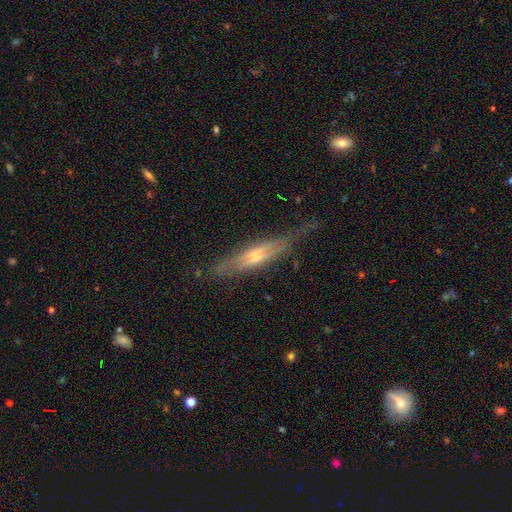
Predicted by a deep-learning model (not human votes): A featured or disk galaxy (69%) viewed edge-on (92%) with a rounded central bulge (68%).

Vote fractions:
- Smooth or featured? featured or disk: 69% / smooth: 23% / star or artifact: 8%
- Edge-on disk? yes: 92% / no: 8%
- Edge-on bulge? rounded: 68% / none: 18% / boxy: 15%
- Merging? none: 71% / minor disturbance: 20% / major disturbance: 7% / merger: 2%